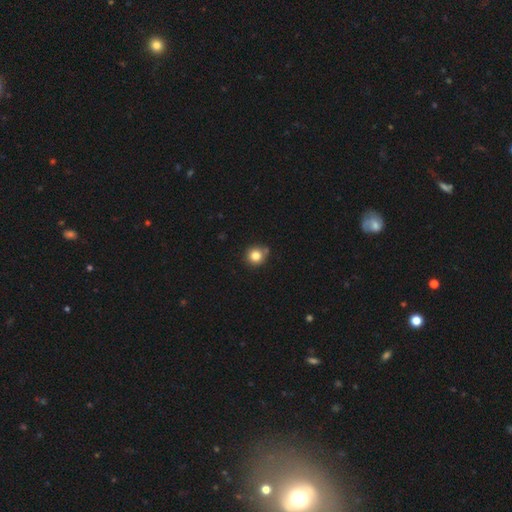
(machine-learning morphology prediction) smooth-or-featured: smooth: 82% | star or artifact: 11% | featured or disk: 7%
  how-rounded: round: 93% | in between: 6% | cigar-shaped: 1%
  merging: none: 77% | minor disturbance: 12% | merger: 7% | major disturbance: 3%